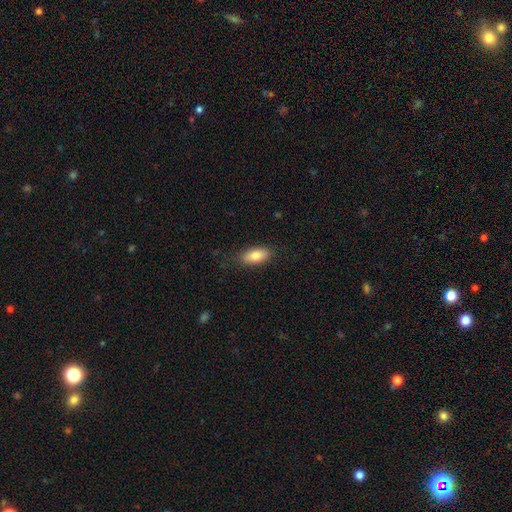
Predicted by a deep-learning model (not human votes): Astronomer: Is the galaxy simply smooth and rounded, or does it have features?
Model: smooth — 80%.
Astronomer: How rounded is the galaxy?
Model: in between — 86%.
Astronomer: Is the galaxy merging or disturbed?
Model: none — 83%.